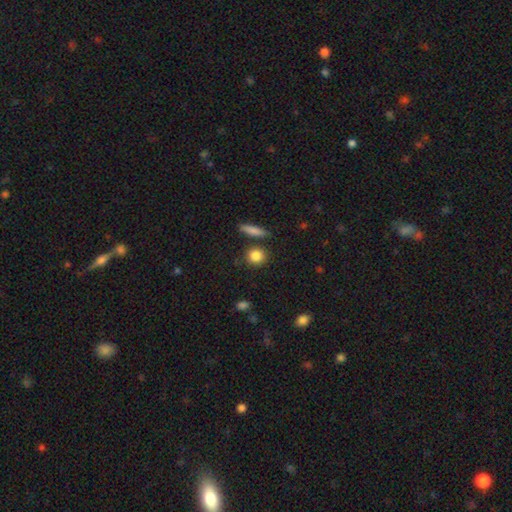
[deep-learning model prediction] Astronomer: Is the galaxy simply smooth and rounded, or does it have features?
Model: smooth — 86%.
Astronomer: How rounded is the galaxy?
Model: round — 76%.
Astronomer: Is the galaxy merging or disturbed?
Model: none — 82%.